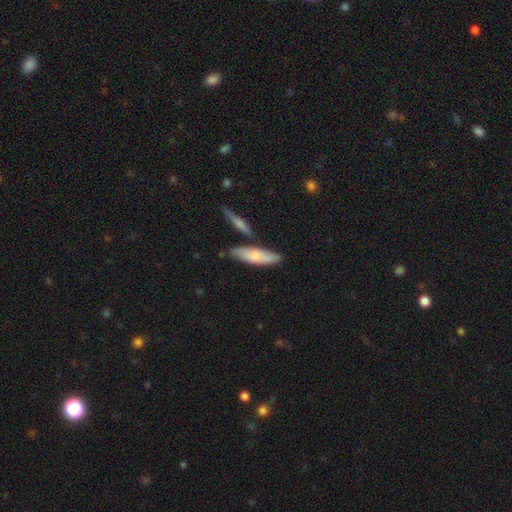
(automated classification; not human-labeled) The model was most divided on "how rounded": cigar-shaped: 54%, in between: 44%, round: 2%. More confident: merging — none (71%); smooth or featured — smooth (67%).